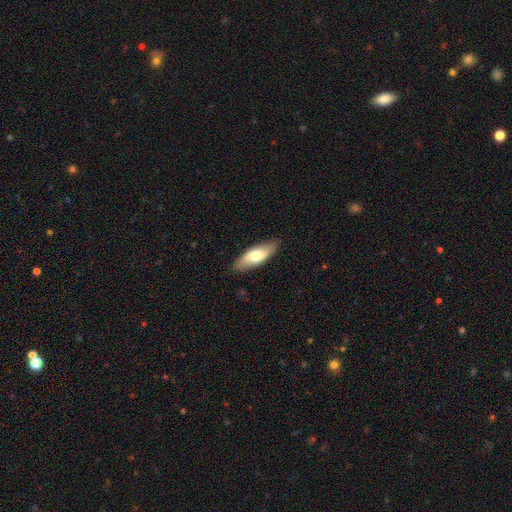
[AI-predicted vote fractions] This appears to be a smooth galaxy with no disk features (63%) that is in between round and cigar-shaped (69%). Merging: none (86%).